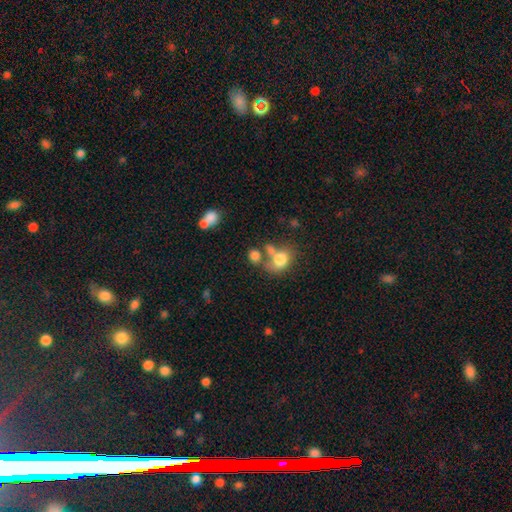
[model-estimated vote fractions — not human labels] Smooth or featured? smooth (72%)
How rounded? in between (51%)
Merging? merger (40%)